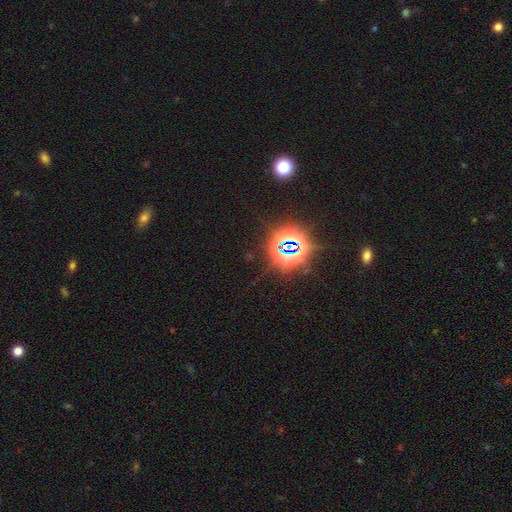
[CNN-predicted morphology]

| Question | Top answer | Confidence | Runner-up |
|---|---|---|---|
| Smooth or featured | star or artifact | 81% | smooth (13%) |